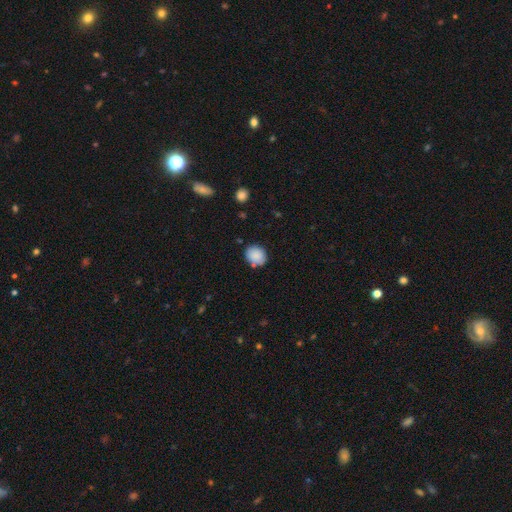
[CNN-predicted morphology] This appears to be a smooth galaxy with no disk features (87%) that is round (73%). Merging: none (76%).